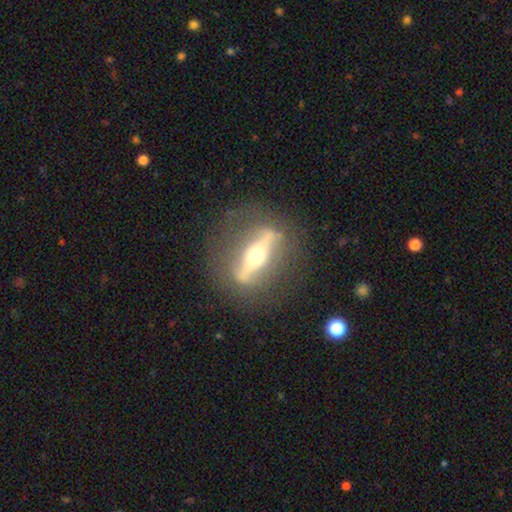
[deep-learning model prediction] Smooth or featured? Predicted: featured or disk (p=0.78). Edge-on disk? Predicted: yes (p=0.66). Edge-on bulge? Predicted: rounded (p=0.94). Merging? Predicted: none (p=0.77).